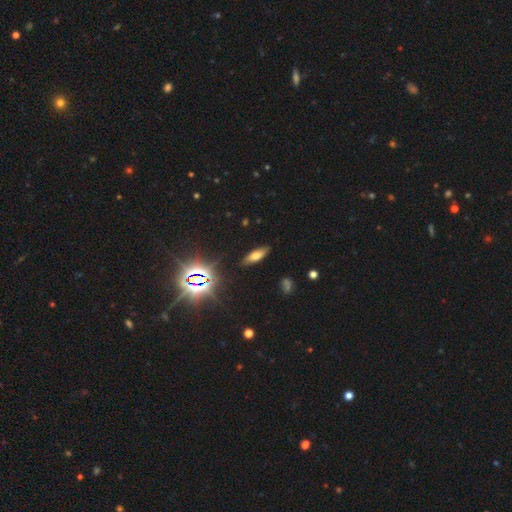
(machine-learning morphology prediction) Smooth or featured?
  - smooth: 61% *
  - star or artifact: 21%
  - featured or disk: 19%
How rounded?
  - in between: 60% *
  - cigar-shaped: 36%
  - round: 4%
Merging?
  - none: 86% *
  - minor disturbance: 10%
  - major disturbance: 3%
  - merger: 2%